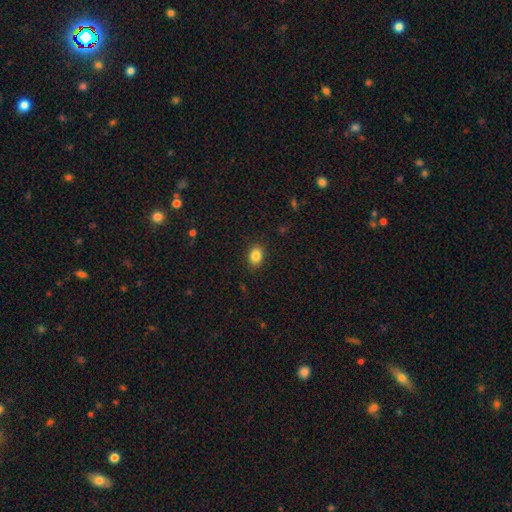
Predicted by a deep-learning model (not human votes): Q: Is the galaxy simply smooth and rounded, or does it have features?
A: smooth — 85%.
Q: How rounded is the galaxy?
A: in between — 68%.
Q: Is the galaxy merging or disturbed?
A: none — 88%.